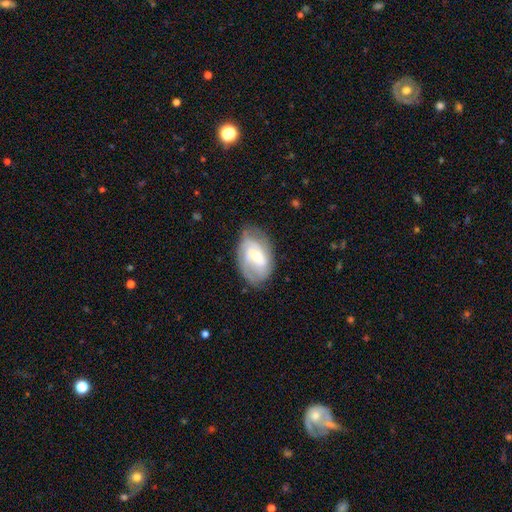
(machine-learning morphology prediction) type=featured or disk (71%); edge-on=no (96%); bar=weak (46%); spiral arms=yes (88%); winding=tight (48%); arm count=2 (37%); bulge=moderate (49%); merging=none (70%).